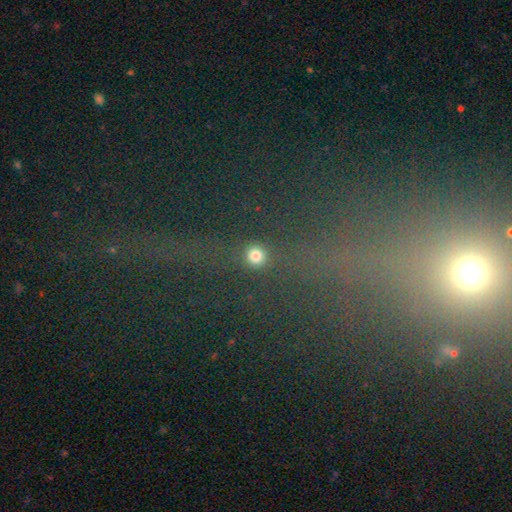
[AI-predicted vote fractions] Smooth or featured? Predicted: smooth (p=0.71). How rounded? Predicted: round (p=0.87). Merging? Predicted: none (p=0.80).